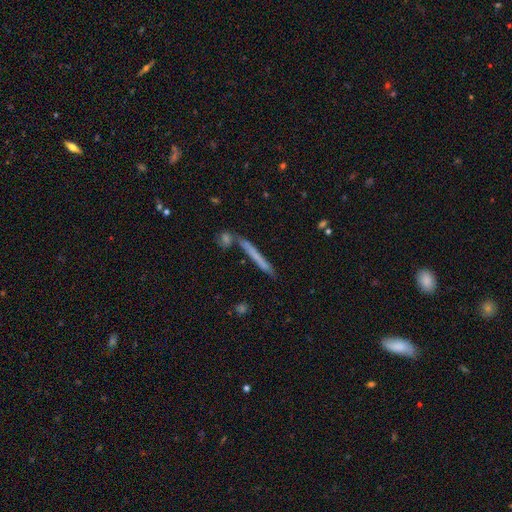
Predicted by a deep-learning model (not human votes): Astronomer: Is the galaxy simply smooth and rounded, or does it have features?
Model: smooth — 55% (runner-up: featured or disk, 37%).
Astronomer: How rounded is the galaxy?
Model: cigar-shaped — 96%.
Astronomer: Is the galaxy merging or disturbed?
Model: none — 78%.